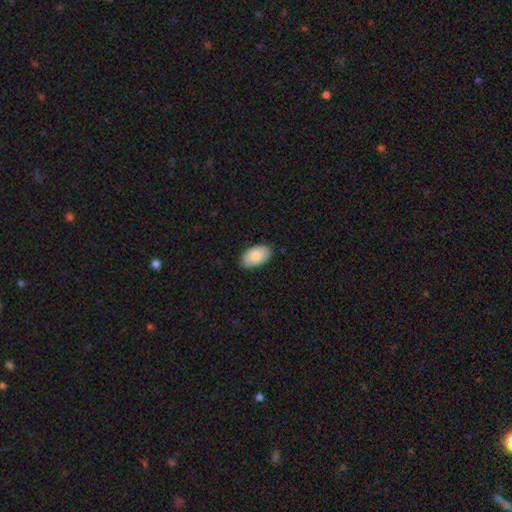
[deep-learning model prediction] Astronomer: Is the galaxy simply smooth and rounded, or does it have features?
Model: smooth — 84%.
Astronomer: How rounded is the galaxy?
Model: in between — 95%.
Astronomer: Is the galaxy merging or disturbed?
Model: none — 86%.